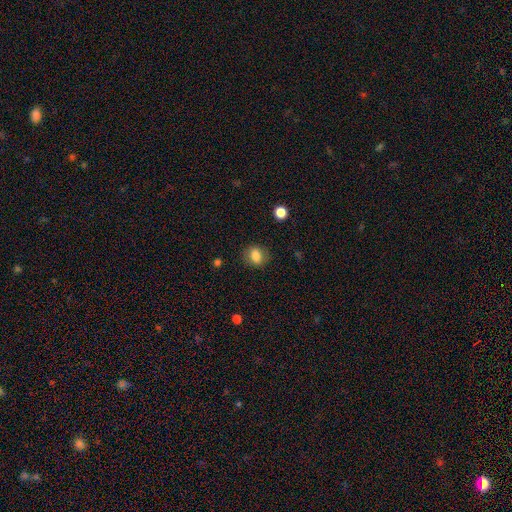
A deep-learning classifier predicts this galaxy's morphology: smooth_or_featured: smooth (p=0.82) [alt: star or artifact p=0.09]
how_rounded: round (p=0.54) [alt: in between p=0.45]
merging: none (p=0.83) [alt: minor disturbance p=0.12]